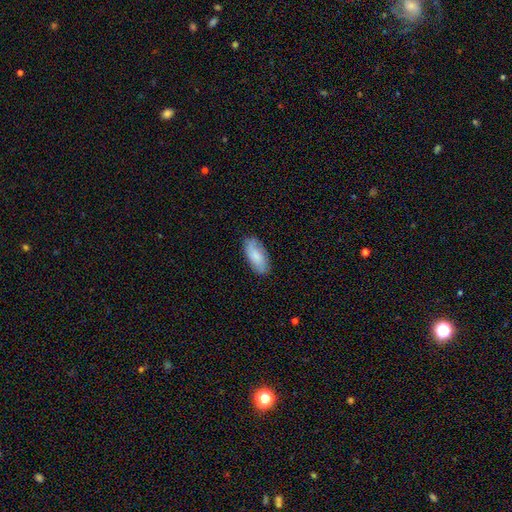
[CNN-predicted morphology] Overall: smooth (69%). How rounded: in between (89%). Merging: none (79%).